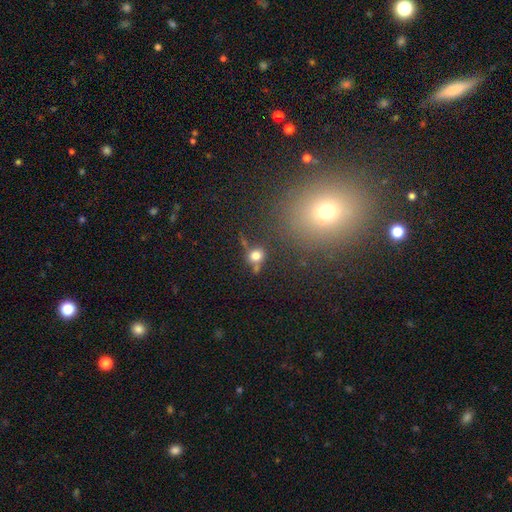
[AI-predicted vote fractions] smooth 73%, star or artifact 15%, featured or disk 12%. Down the decision tree: how rounded — round (80%); merging — none (55%).